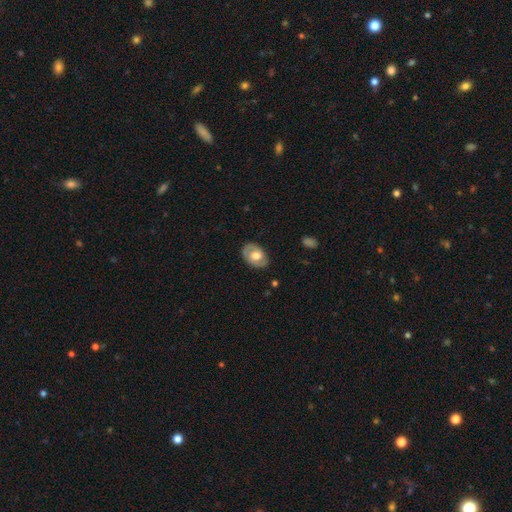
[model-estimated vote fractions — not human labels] This is possibly a featured or disk galaxy (47%, tied with smooth). Merging: likely none (79%).